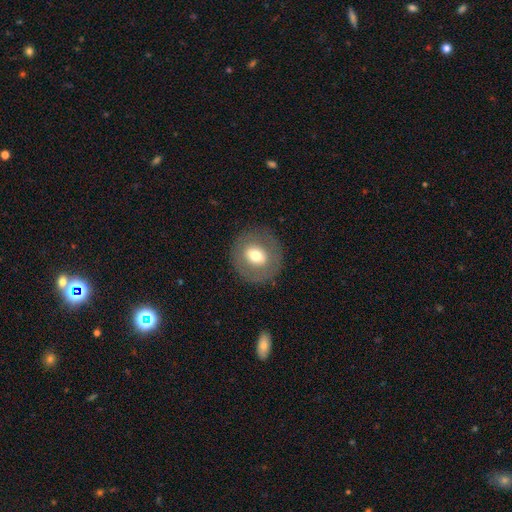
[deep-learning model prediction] Smooth or featured? smooth (59%)
How rounded? round (84%)
Merging? none (85%)